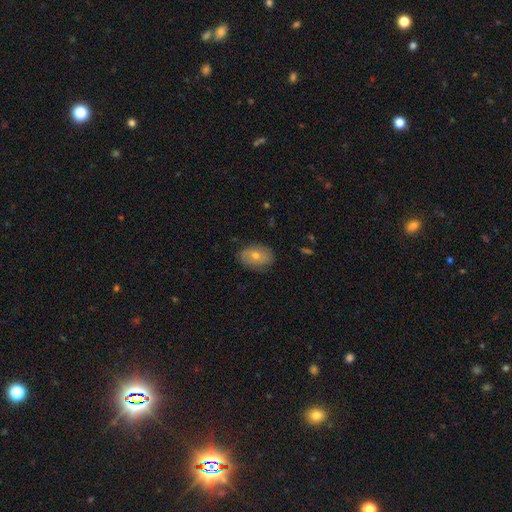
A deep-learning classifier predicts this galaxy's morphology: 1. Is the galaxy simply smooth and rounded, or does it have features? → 53% smooth, 37% featured or disk, 10% star or artifact.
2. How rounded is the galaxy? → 78% in between, 20% round, 1% cigar-shaped.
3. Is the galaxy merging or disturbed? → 81% none, 15% minor disturbance, 3% major disturbance, 1% merger.